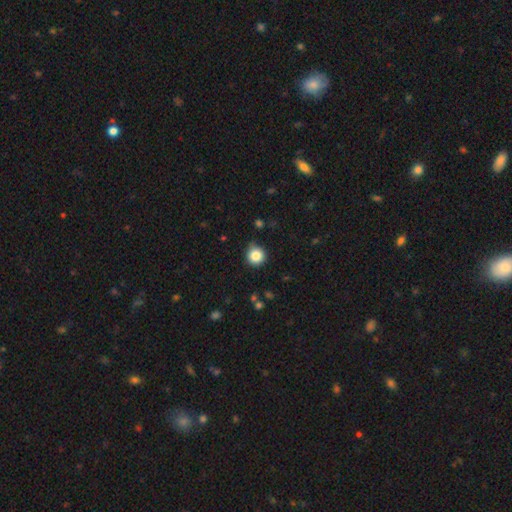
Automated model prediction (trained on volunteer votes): Overall: smooth (85%). How rounded: round (94%). Merging: none (82%).